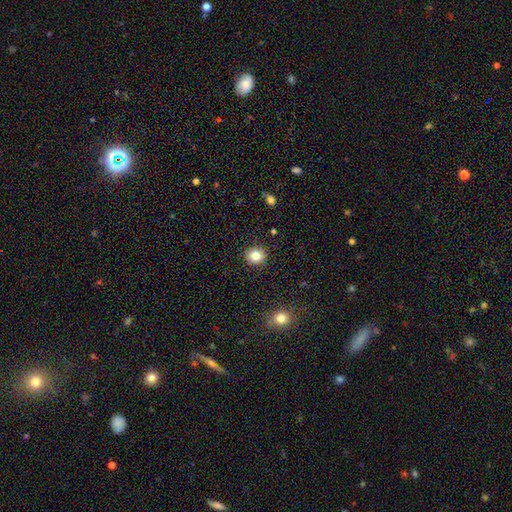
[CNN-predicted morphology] smooth_or_featured: smooth (p=0.83) [alt: star or artifact p=0.10]
how_rounded: round (p=0.82) [alt: in between p=0.17]
merging: none (p=0.91) [alt: minor disturbance p=0.06]